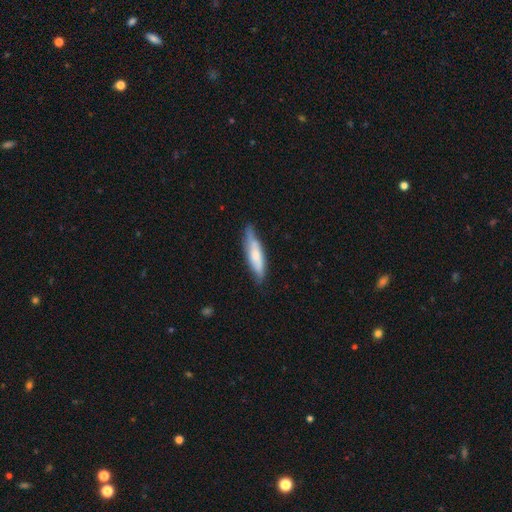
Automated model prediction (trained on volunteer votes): This is possibly a smooth galaxy (57%). How rounded: likely cigar-shaped (68%). Merging: likely none (61%).